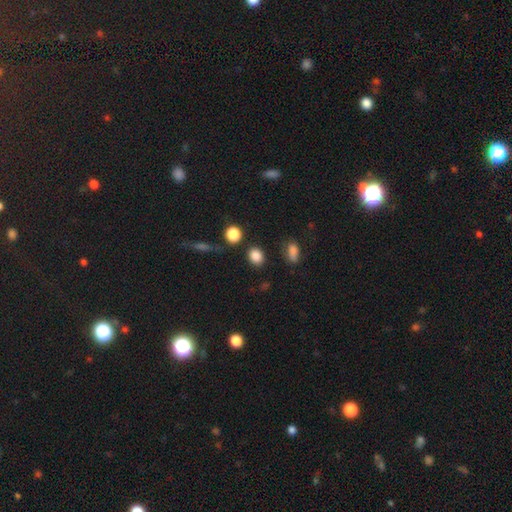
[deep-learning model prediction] Smooth or featured: smooth — 85% (star or artifact — 10%)
How rounded: round — 49% (tied with in between — 49%)
Merging: none — 83% (minor disturbance — 10%)